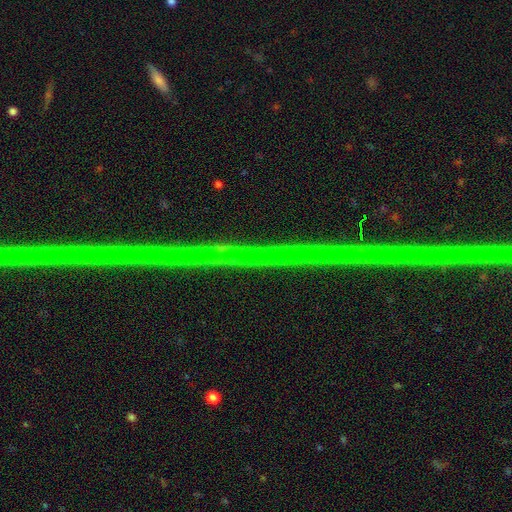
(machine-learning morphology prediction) The model was most divided on "smooth or featured": star or artifact: 85%, featured or disk: 11%, smooth: 4%.